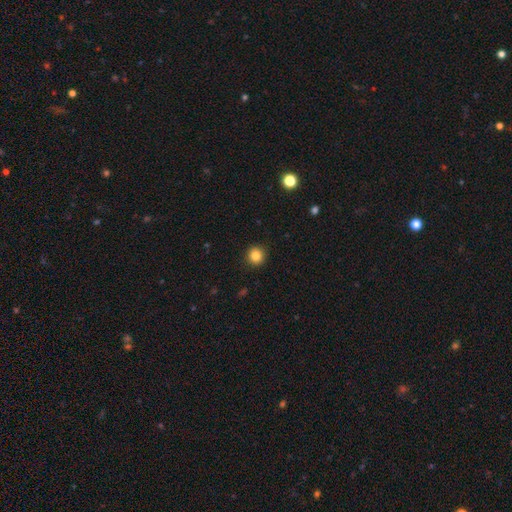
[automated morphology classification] smooth-or-featured: smooth: 85% | star or artifact: 11% | featured or disk: 4%
  how-rounded: round: 92% | in between: 7% | cigar-shaped: 1%
  merging: none: 92% | minor disturbance: 5% | major disturbance: 2% | merger: 1%